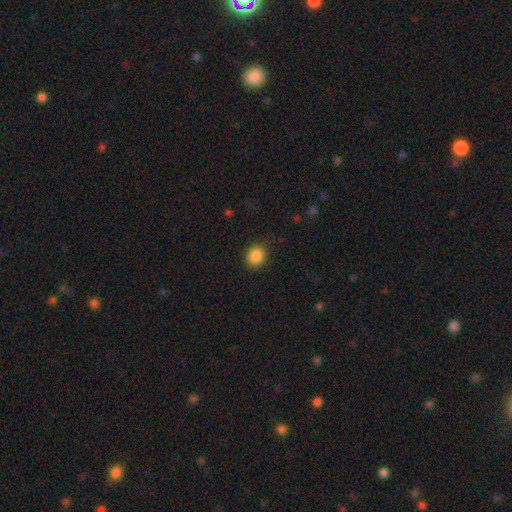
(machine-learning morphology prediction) Overall: smooth (88%). How rounded: round (68%; in between 31%). Merging: none (86%).